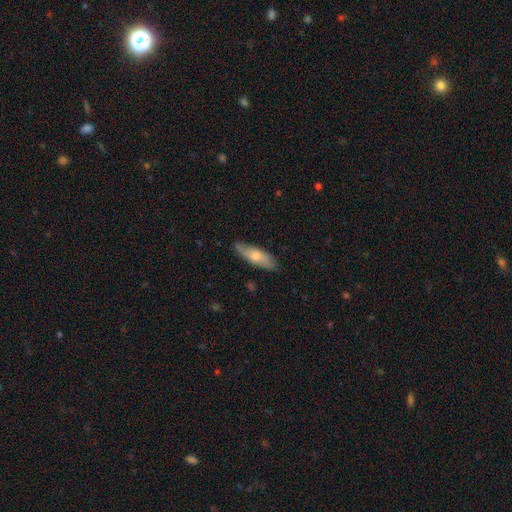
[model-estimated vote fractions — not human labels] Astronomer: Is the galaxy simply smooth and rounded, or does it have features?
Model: smooth — 57% (runner-up: featured or disk, 37%).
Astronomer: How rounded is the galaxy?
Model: cigar-shaped — 50% (runner-up: in between, 48%).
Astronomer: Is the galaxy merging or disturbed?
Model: none — 81%.